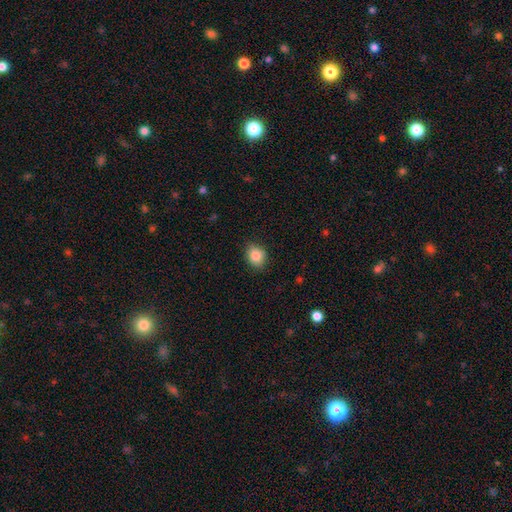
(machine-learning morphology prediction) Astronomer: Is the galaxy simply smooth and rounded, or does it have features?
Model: smooth — 85%.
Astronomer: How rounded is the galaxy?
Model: in between — 50% (runner-up: round, 49%).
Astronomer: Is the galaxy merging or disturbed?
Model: none — 84%.